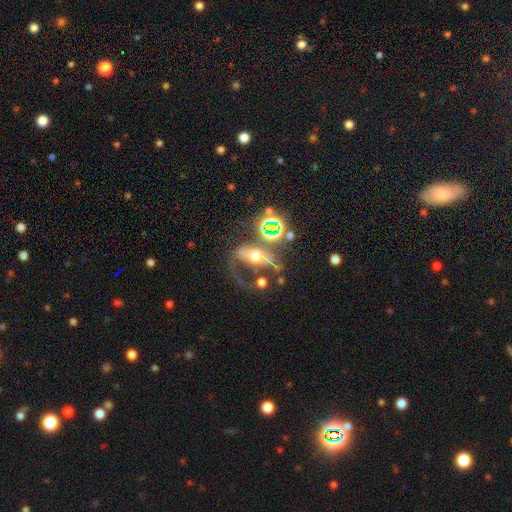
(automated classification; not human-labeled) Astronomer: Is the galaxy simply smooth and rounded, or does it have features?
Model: featured or disk — 60%.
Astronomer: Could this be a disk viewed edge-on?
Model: no — 81%.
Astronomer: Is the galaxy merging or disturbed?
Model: none — 35% (runner-up: major disturbance, 32%).